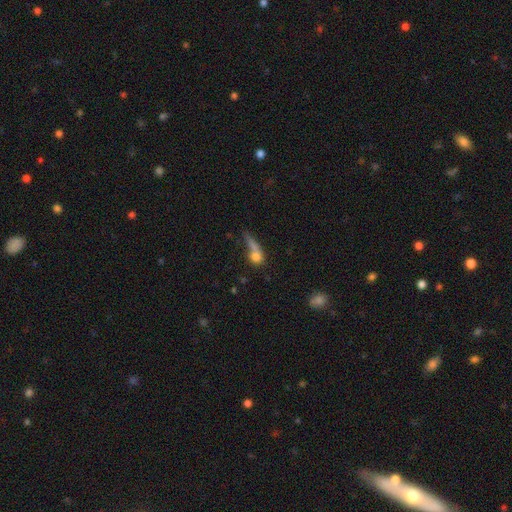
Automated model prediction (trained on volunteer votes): Smooth or featured?
  - smooth: 67% *
  - featured or disk: 22%
  - star or artifact: 11%
How rounded?
  - round: 46% *
  - in between: 33%
  - cigar-shaped: 21%
Merging?
  - major disturbance: 31% *
  - none: 28%
  - merger: 26%
  - minor disturbance: 15%